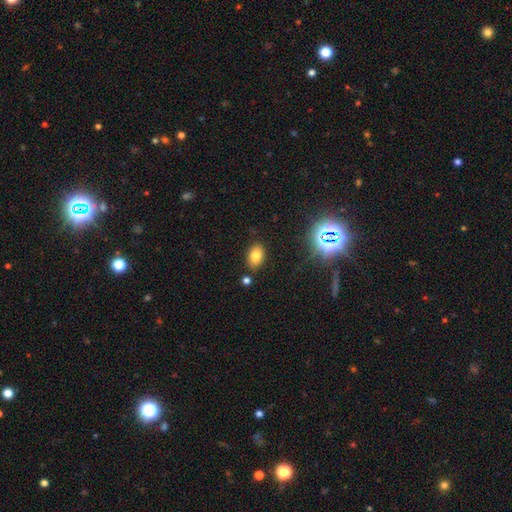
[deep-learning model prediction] smooth_or_featured: smooth (p=0.76) [alt: star or artifact p=0.15]
how_rounded: in between (p=0.84) [alt: round p=0.15]
merging: none (p=0.83) [alt: minor disturbance p=0.10]